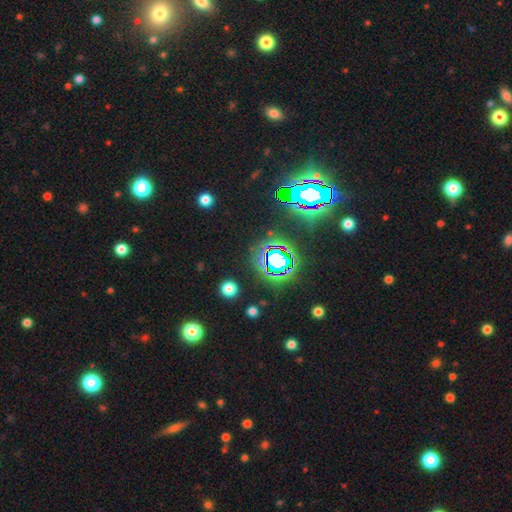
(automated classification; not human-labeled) Smooth or featured? Predicted: star or artifact (p=0.80).